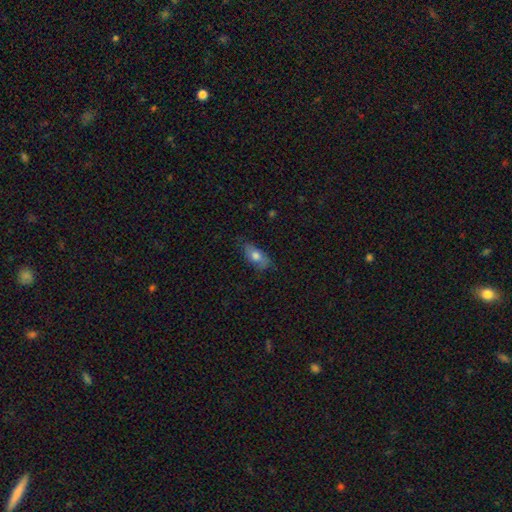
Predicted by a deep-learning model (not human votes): This is likely a smooth galaxy (70%). How rounded: clearly in between (82%). Merging: likely none (71%).